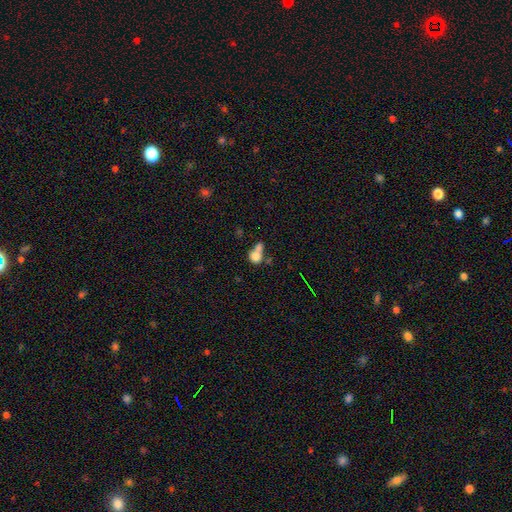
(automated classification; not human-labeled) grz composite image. It shows a smooth galaxy with no disk features (76%) that is round (71%). Merging: merger (57%).